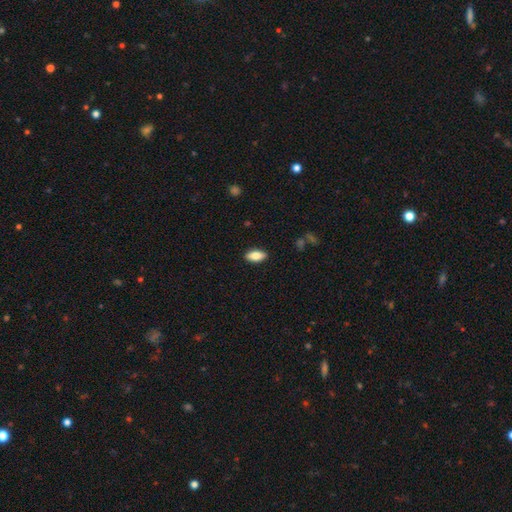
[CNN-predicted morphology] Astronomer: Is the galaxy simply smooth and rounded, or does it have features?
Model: smooth — 82%.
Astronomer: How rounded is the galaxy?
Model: in between — 88%.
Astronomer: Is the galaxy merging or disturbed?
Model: none — 89%.